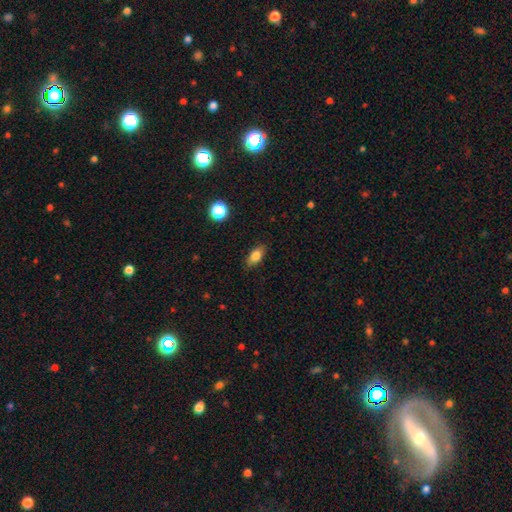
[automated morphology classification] type=smooth (81%); roundness=in between (83%); merging=none (85%).